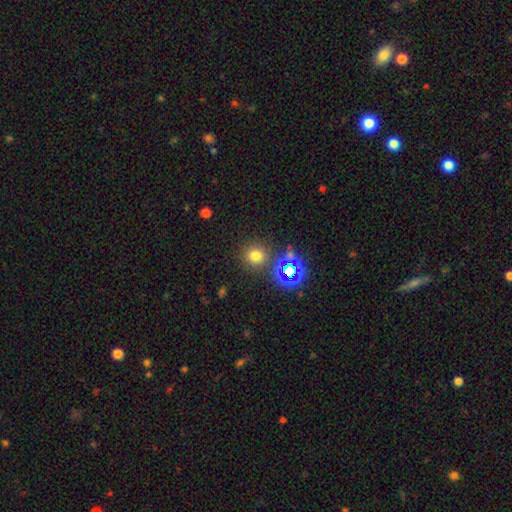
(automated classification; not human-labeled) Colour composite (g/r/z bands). It shows a smooth galaxy with no disk features (69%) that is round (87%). Merging: none (82%).